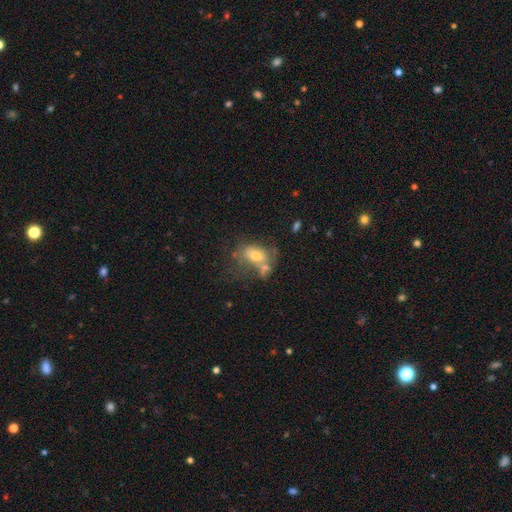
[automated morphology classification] smooth-or-featured: smooth: 60% | featured or disk: 29% | star or artifact: 11%
  how-rounded: in between: 83% | round: 14% | cigar-shaped: 2%
  merging: merger: 32% | none: 31% | minor disturbance: 19% | major disturbance: 18%